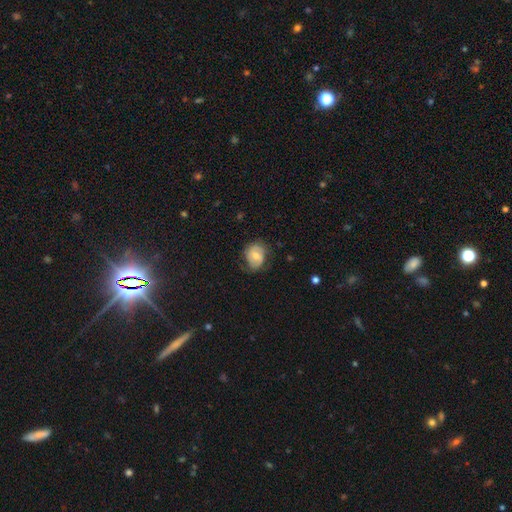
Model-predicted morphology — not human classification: This is possibly a smooth galaxy (52%). How rounded: possibly in between (51%). Merging: possibly none (59%).